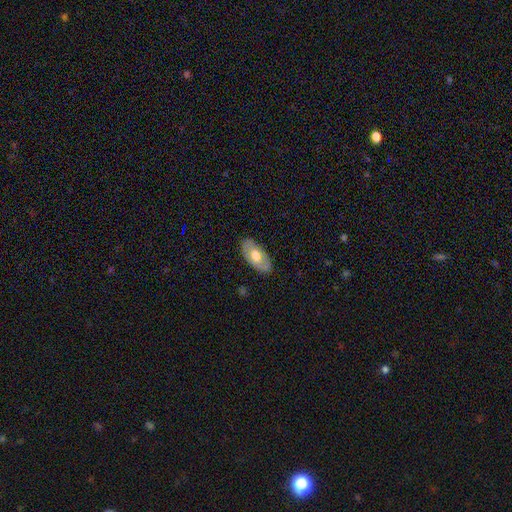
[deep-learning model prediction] Q: Smooth or featured?
A: smooth (52%); runner-up: featured or disk (42%)
Q: How rounded?
A: in between (93%); runner-up: round (4%)
Q: Merging?
A: none (84%); runner-up: minor disturbance (13%)